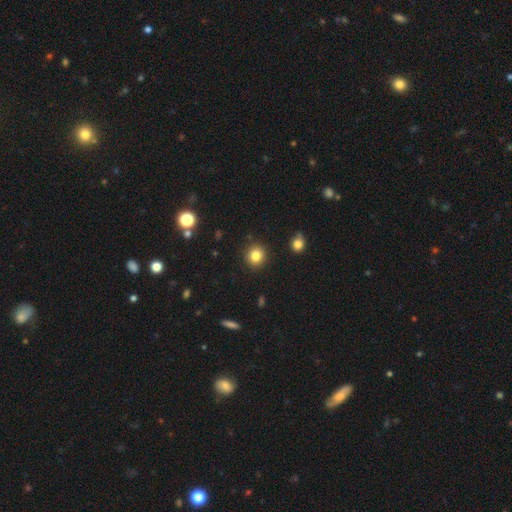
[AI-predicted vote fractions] Smooth or featured? Predicted: smooth (p=0.82). How rounded? Predicted: round (p=0.88). Merging? Predicted: none (p=0.90).